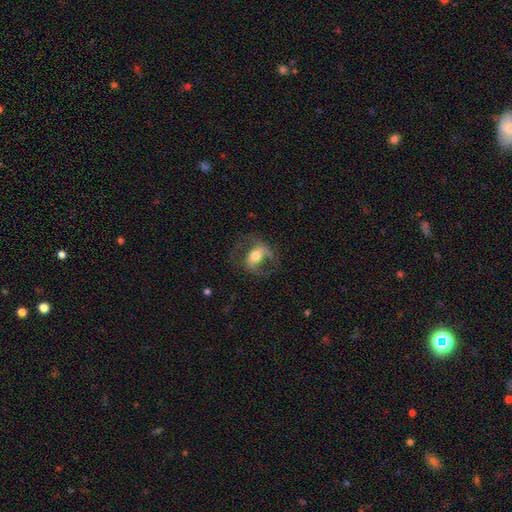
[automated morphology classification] Smooth or featured?
  - featured or disk: 64% *
  - smooth: 29%
  - star or artifact: 7%
Edge-on disk?
  - no: 91% *
  - yes: 9%
Bar?
  - strong: 42% *
  - weak: 31%
  - no: 28%
Spiral arms?
  - yes: 62% *
  - no: 38%
Bulge size?
  - moderate: 67% *
  - large: 15%
  - small: 14%
  - dominant: 2%
  - none: 1%
Merging?
  - none: 57% *
  - major disturbance: 23%
  - minor disturbance: 18%
  - merger: 2%